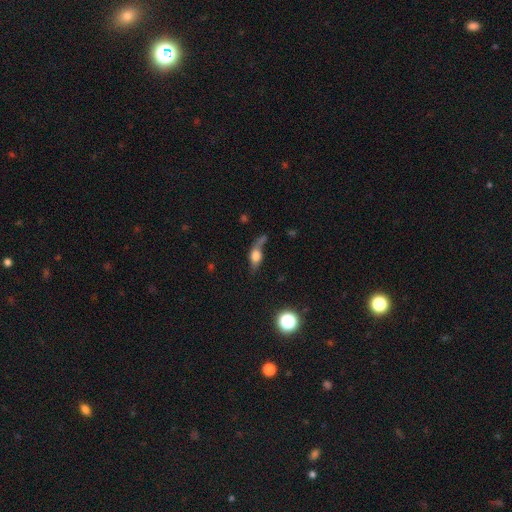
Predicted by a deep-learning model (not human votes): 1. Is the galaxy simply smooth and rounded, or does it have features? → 58% smooth, 31% featured or disk, 11% star or artifact.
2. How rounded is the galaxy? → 64% in between, 20% cigar-shaped, 16% round.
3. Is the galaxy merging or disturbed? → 37% none, 25% minor disturbance, 25% major disturbance, 13% merger.